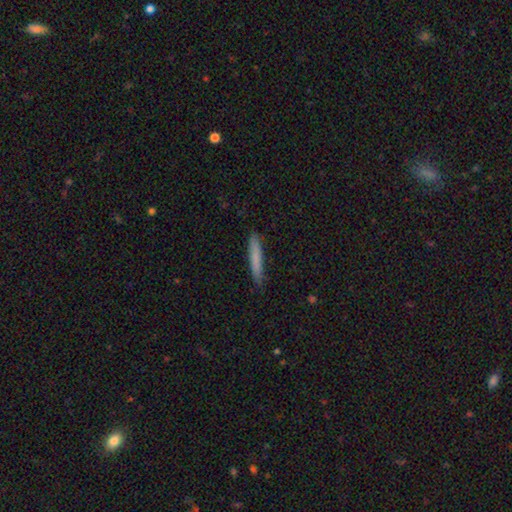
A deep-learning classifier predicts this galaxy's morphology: Smooth or featured: smooth — 77% (featured or disk — 17%)
How rounded: cigar-shaped — 94% (in between — 5%)
Merging: none — 86% (minor disturbance — 11%)